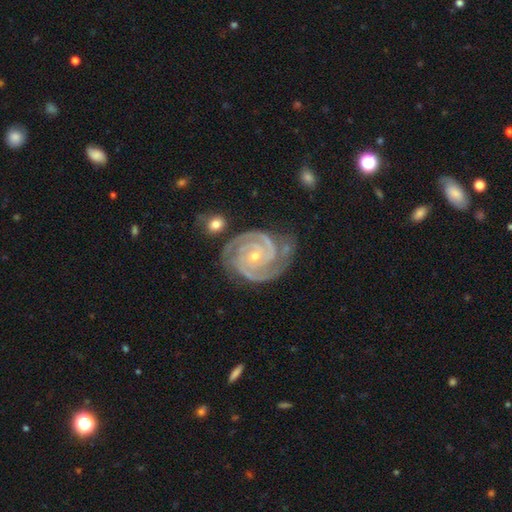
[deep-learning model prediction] smooth-or-featured: featured or disk: 93% | star or artifact: 4% | smooth: 3%
  disk-edge-on: no: 98% | yes: 2%
    bar: no: 68% | weak: 21% | strong: 11%
    has-spiral-arms: yes: 99% | no: 1%
      spiral-winding: tight: 79% | medium: 19% | loose: 2%
      spiral-arm-count: 2: 60% | 3: 24% | 4: 5% | can't tell: 4% | more than 4: 3% | 1: 3%
    bulge-size: small: 65% | moderate: 33% | none: 1% | large: 1% | dominant: 1%
  merging: none: 74% | minor disturbance: 17% | major disturbance: 5% | merger: 4%